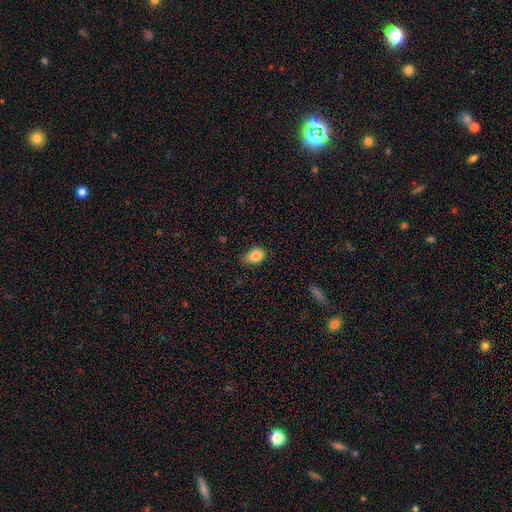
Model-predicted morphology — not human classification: Q: Smooth or featured?
A: smooth (85%); runner-up: star or artifact (9%)
Q: How rounded?
A: in between (73%); runner-up: round (25%)
Q: Merging?
A: none (52%); runner-up: minor disturbance (38%)